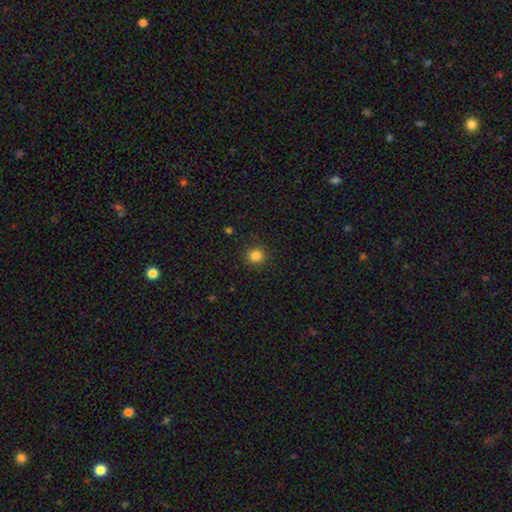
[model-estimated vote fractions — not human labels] Smooth or featured? Predicted: smooth (p=0.84). How rounded? Predicted: round (p=0.91). Merging? Predicted: none (p=0.90).